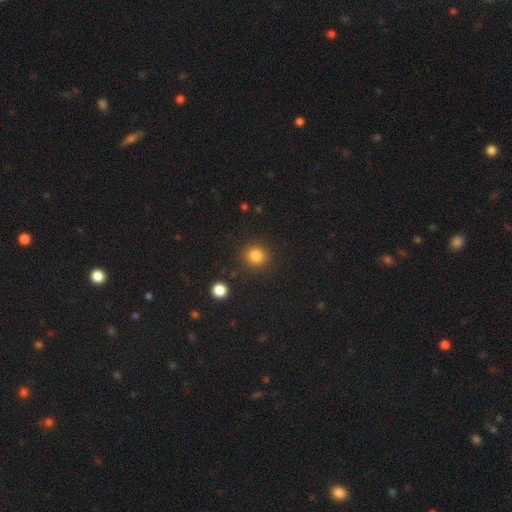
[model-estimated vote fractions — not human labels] Overall: smooth (83%). How rounded: round (89%). Merging: none (88%).